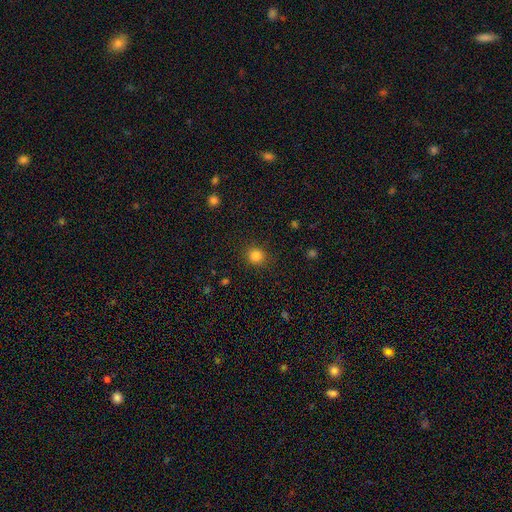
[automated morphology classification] A smooth galaxy with no disk features (84%) that is round (88%).

Vote fractions:
- Smooth or featured? smooth: 84% / star or artifact: 13% / featured or disk: 4%
- How rounded? round: 88% / in between: 11% / cigar-shaped: 1%
- Merging? none: 89% / minor disturbance: 7% / major disturbance: 3% / merger: 1%